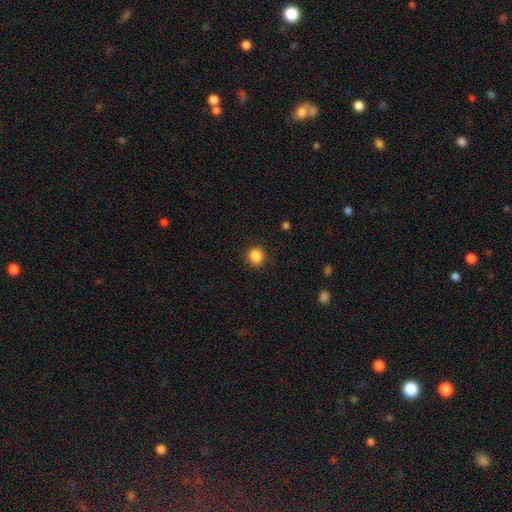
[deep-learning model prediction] Overall: smooth (87%). How rounded: round (65%; in between 34%). Merging: none (85%).